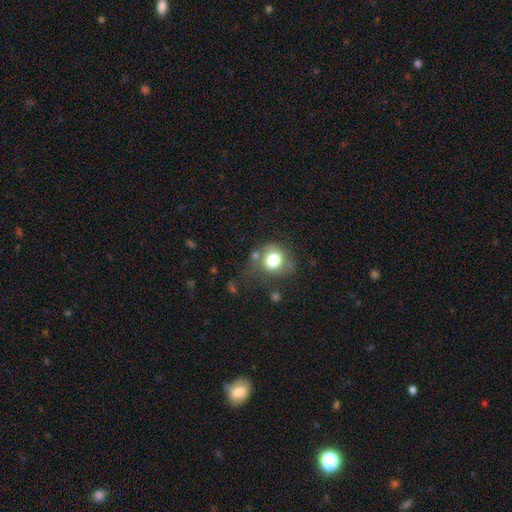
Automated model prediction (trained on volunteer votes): A smooth galaxy with no disk features (54%) that is round (87%). Merging: none (67%).